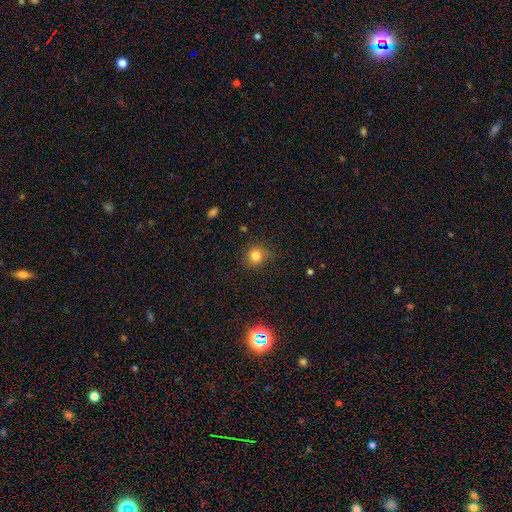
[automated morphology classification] Overall: smooth (80%). How rounded: round (86%). Merging: none (79%).